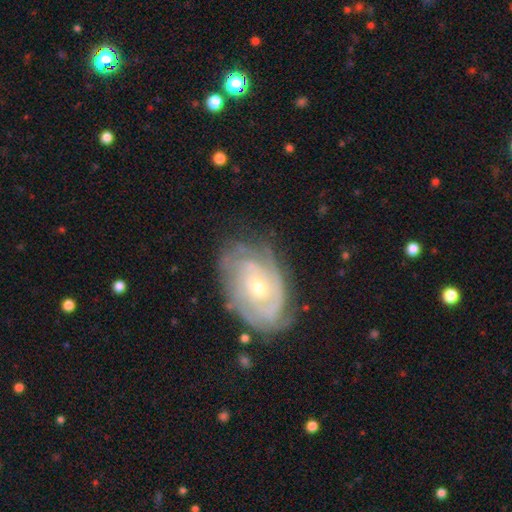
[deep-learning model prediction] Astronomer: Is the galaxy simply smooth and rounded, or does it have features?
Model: featured or disk — 79%.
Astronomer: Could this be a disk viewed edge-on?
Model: no — 95%.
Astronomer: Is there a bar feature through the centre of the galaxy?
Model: no — 77%.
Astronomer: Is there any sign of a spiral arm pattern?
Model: yes — 88%.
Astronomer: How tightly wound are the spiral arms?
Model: tight — 73%.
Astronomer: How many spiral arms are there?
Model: can't tell — 49%.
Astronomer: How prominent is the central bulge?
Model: small — 57% (runner-up: moderate, 40%).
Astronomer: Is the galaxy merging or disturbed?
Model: none — 70%.